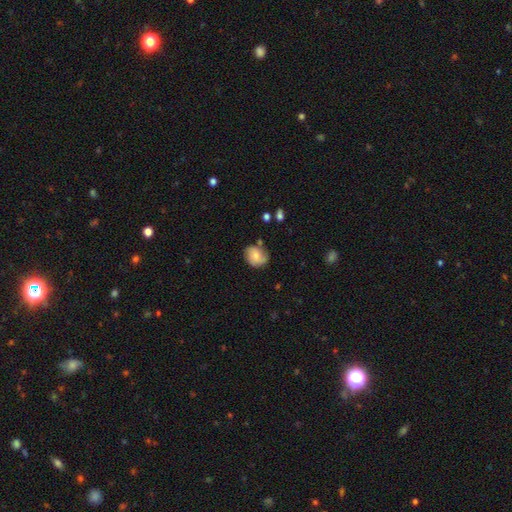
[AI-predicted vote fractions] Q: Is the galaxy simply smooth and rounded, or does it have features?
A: smooth — 56%.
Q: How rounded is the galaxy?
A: round — 58%.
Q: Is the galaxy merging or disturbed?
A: none — 67%.